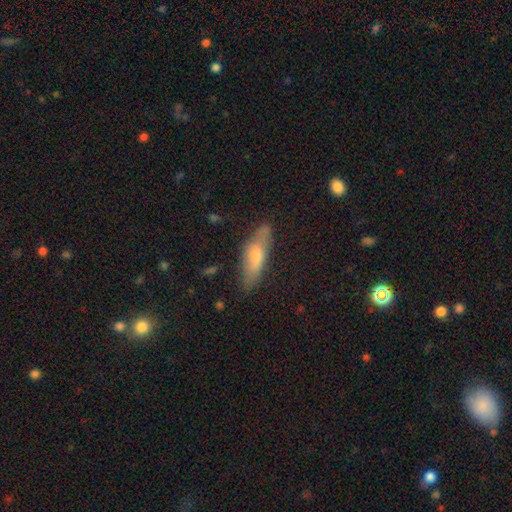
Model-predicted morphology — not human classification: Q: Smooth or featured?
A: smooth (59%); runner-up: featured or disk (33%)
Q: How rounded?
A: cigar-shaped (53%); runner-up: in between (44%)
Q: Merging?
A: none (77%); runner-up: minor disturbance (17%)